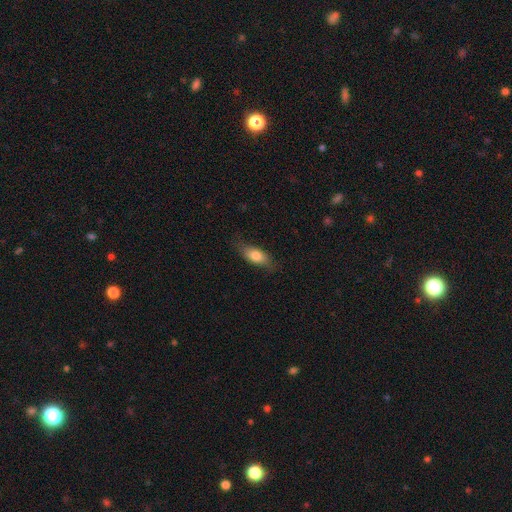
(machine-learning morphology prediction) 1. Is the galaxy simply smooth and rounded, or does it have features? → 76% smooth, 17% featured or disk, 7% star or artifact.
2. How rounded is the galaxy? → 80% in between, 16% cigar-shaped, 4% round.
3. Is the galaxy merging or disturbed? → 74% none, 20% minor disturbance, 5% major disturbance, 1% merger.